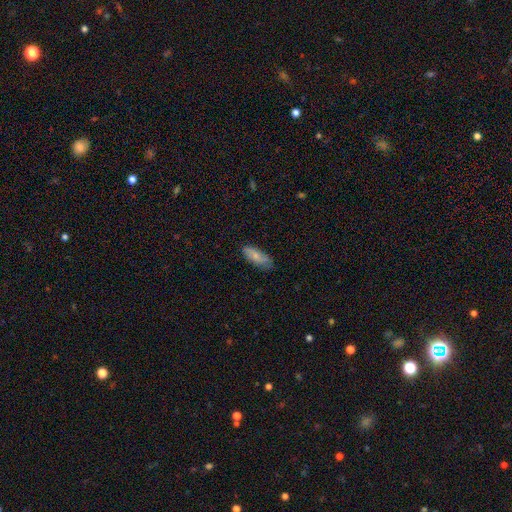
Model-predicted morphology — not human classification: Q: Smooth or featured?
A: smooth (71%); runner-up: featured or disk (23%)
Q: How rounded?
A: in between (77%); runner-up: cigar-shaped (21%)
Q: Merging?
A: none (75%); runner-up: minor disturbance (20%)